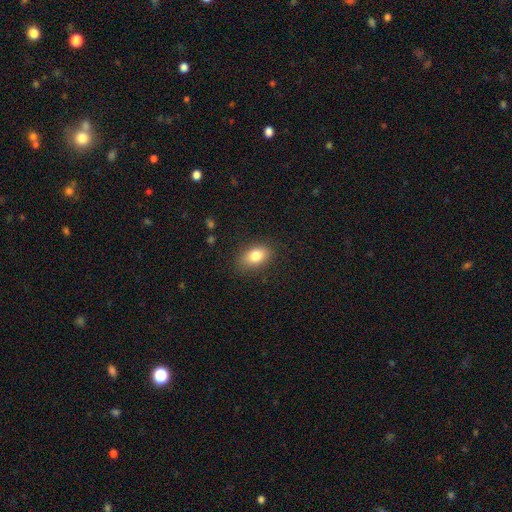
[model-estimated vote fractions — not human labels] Smooth or featured? smooth (82%)
How rounded? in between (86%)
Merging? none (84%)